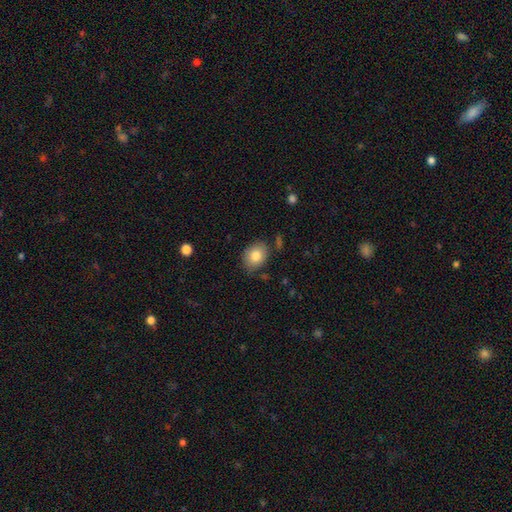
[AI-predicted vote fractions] smooth 82%, featured or disk 10%, star or artifact 8%. Down the decision tree: how rounded — in between (53%); merging — none (77%).